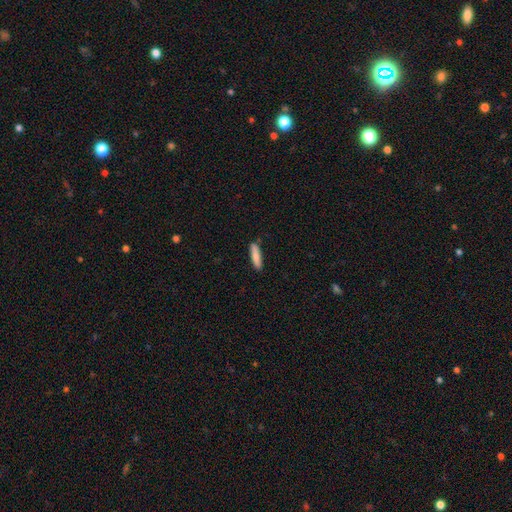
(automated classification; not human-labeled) Morphology: type=smooth (84%); roundness=cigar-shaped (80%); merging=none (87%).